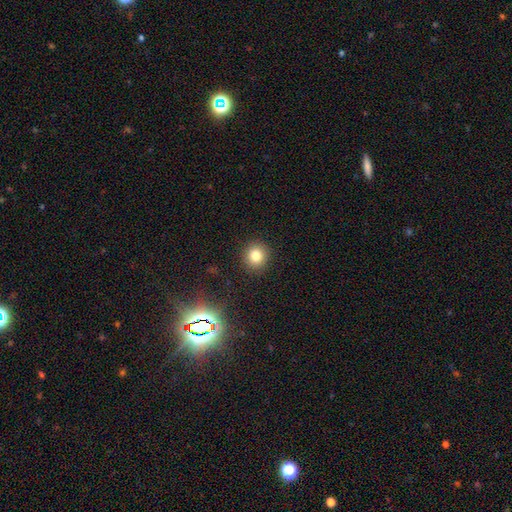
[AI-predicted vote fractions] A smooth galaxy with no disk features (80%) that is round (89%). Merging: none (91%).